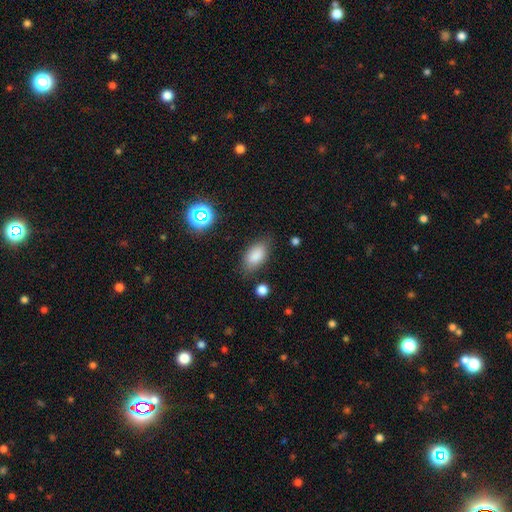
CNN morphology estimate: smooth_or_featured: smooth (p=0.84) [alt: star or artifact p=0.09]
how_rounded: in between (p=0.91) [alt: round p=0.05]
merging: none (p=0.76) [alt: minor disturbance p=0.17]